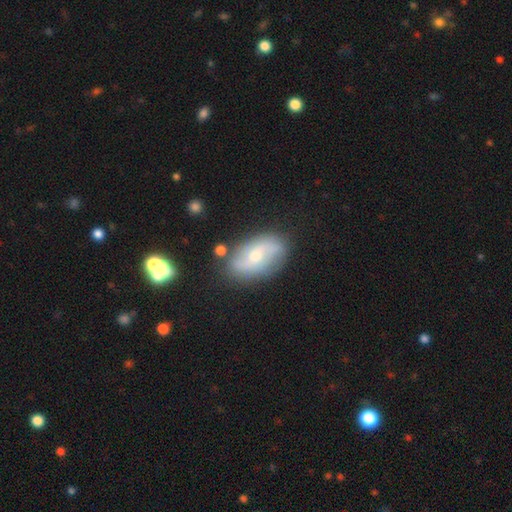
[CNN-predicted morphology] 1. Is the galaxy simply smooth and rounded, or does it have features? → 65% featured or disk, 28% smooth, 7% star or artifact.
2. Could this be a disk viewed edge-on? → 93% no, 7% yes.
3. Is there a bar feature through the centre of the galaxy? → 46% no, 42% weak, 12% strong.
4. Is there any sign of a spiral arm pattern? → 84% yes, 16% no.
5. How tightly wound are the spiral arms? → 52% loose, 34% medium, 14% tight.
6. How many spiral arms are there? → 83% 2, 10% can't tell, 2% 1, 2% 3, 1% 4, 1% more than 4.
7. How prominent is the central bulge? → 60% moderate, 32% small, 5% large, 2% none, 1% dominant.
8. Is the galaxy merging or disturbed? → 75% none, 16% minor disturbance, 5% major disturbance, 4% merger.